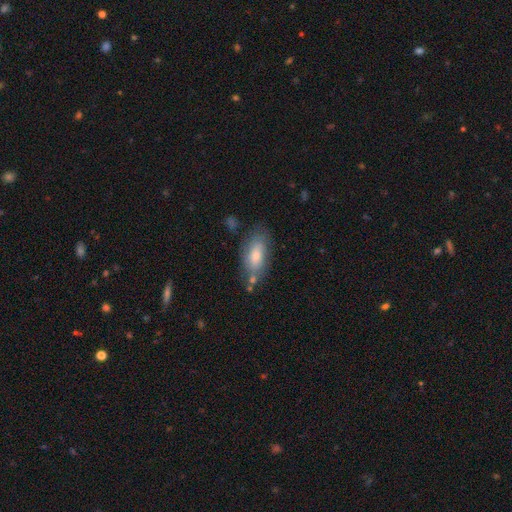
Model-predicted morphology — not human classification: smooth 73%, featured or disk 20%, star or artifact 7%. Down the decision tree: how rounded — in between (88%); merging — none (64%).